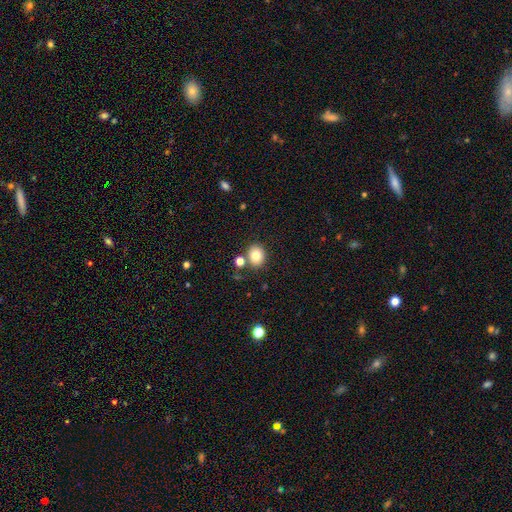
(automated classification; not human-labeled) Smooth or featured? Predicted: smooth (p=0.81). How rounded? Predicted: round (p=0.66). Merging? Predicted: none (p=0.78).